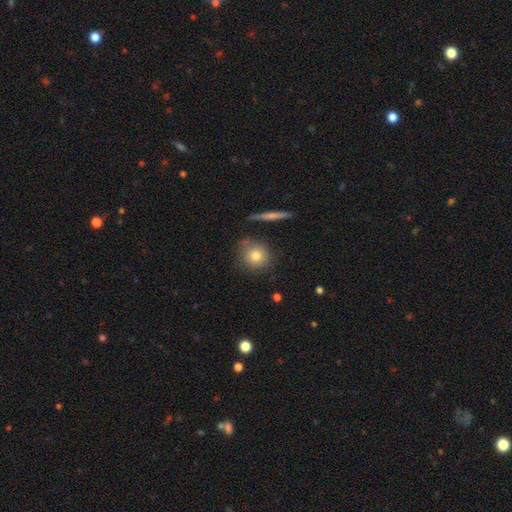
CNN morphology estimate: Smooth or featured? Predicted: smooth (p=0.77). How rounded? Predicted: round (p=0.86). Merging? Predicted: none (p=0.77).